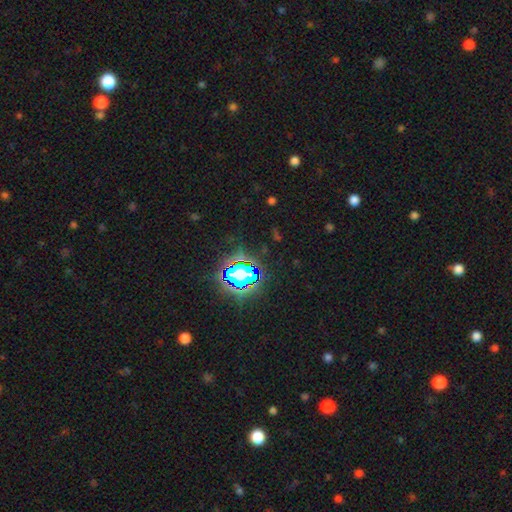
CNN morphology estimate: star or artifact 81%, smooth 12%, featured or disk 7%.